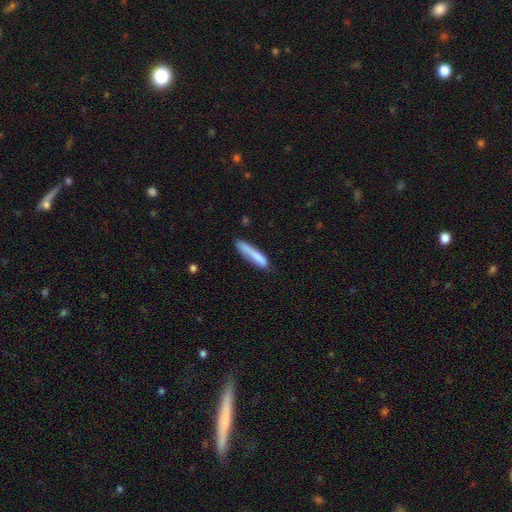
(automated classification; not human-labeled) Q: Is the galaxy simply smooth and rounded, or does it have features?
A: smooth — 80%.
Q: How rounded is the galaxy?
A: cigar-shaped — 88%.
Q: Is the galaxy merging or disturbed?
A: none — 68%.